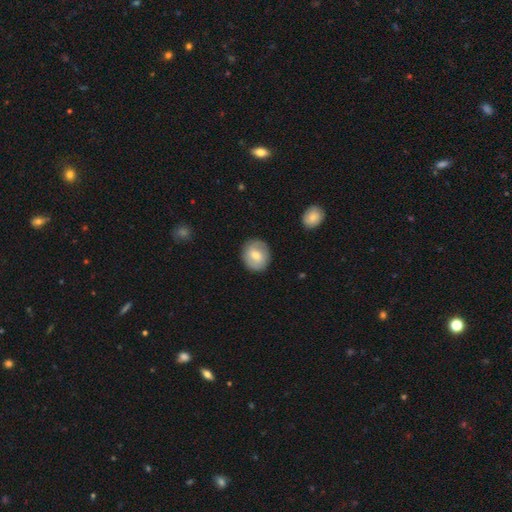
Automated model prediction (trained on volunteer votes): smooth 63%, featured or disk 31%, star or artifact 7%. Down the decision tree: how rounded — round (83%); merging — none (86%).